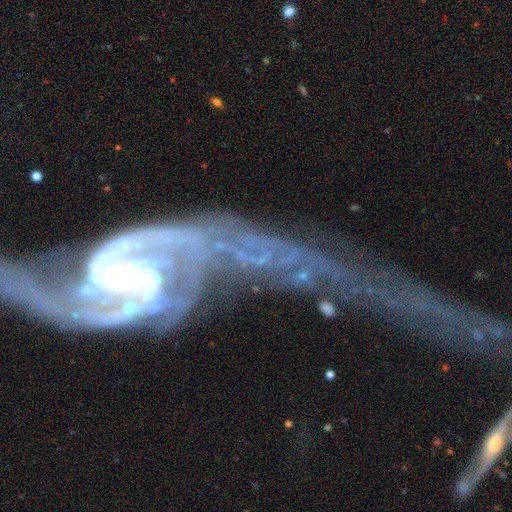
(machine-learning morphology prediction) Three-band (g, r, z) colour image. It shows a featured or disk galaxy (73%) with no bar (56%), spiral arms (73%) and a small central bulge (39%). Merging: none (35%).